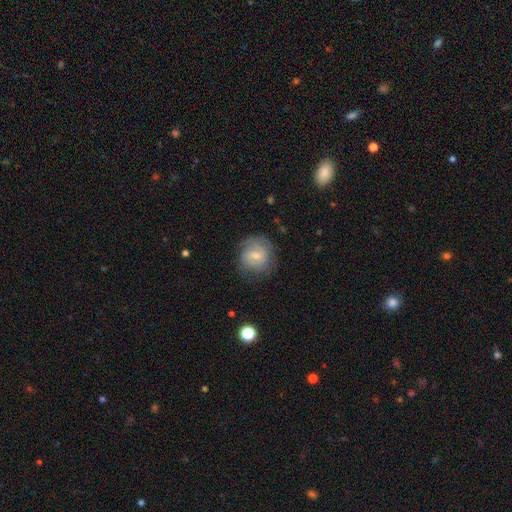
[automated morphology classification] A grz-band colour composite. It shows a featured or disk galaxy (49%). Merging: none (70%).